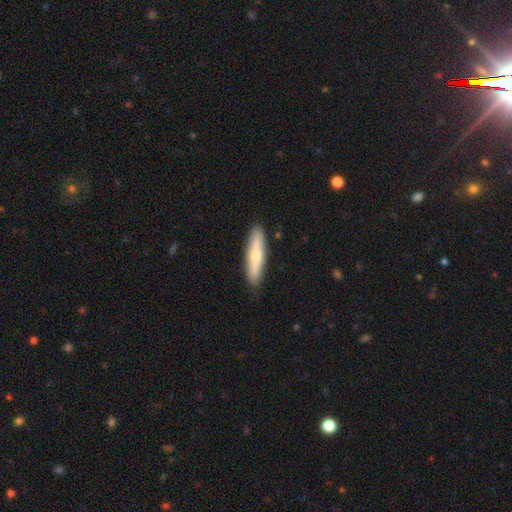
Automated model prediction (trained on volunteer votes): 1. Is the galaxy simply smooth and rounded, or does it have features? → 63% smooth, 31% featured or disk, 6% star or artifact.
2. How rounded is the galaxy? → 84% cigar-shaped, 14% in between, 2% round.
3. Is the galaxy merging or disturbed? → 89% none, 8% minor disturbance, 2% major disturbance, 1% merger.